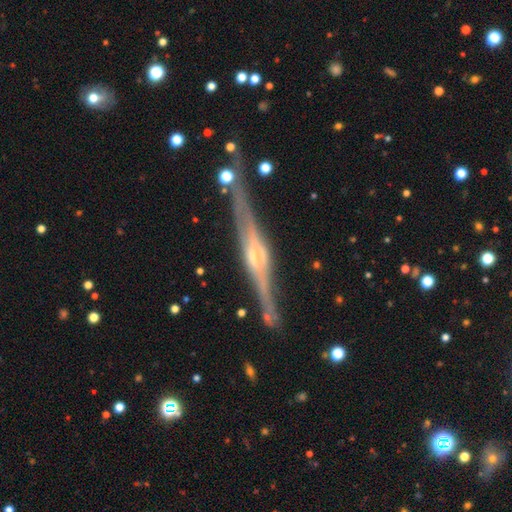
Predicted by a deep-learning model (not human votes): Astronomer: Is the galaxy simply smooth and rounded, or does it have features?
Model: featured or disk — 85%.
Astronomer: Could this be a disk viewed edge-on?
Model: yes — 97%.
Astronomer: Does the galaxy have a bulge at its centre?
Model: rounded — 74%.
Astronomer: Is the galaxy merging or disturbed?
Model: none — 82%.